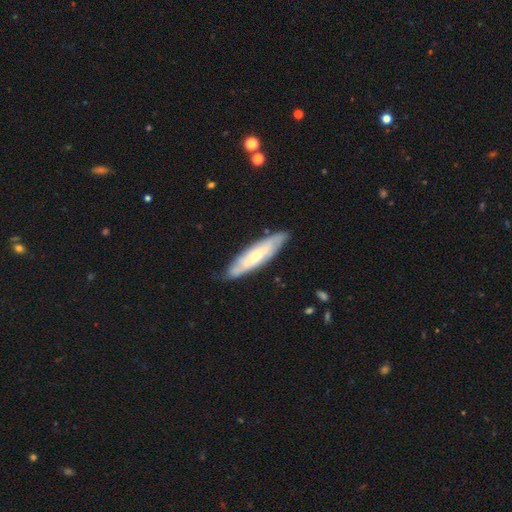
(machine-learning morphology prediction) featured or disk 55%, smooth 40%, star or artifact 6%. Down the decision tree: edge-on disk — no (55%); merging — none (83%).